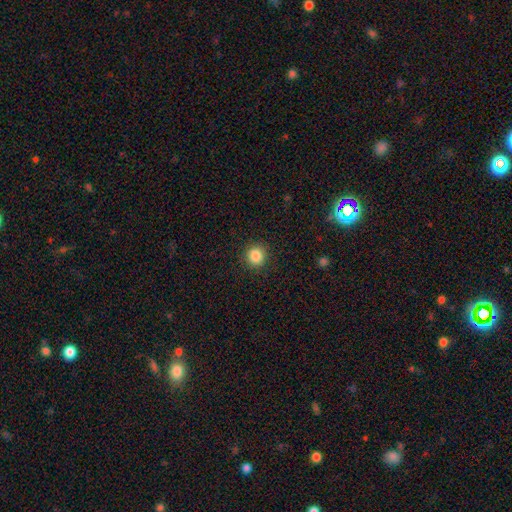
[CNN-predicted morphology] Smooth or featured? smooth (86%)
How rounded? round (92%)
Merging? none (91%)